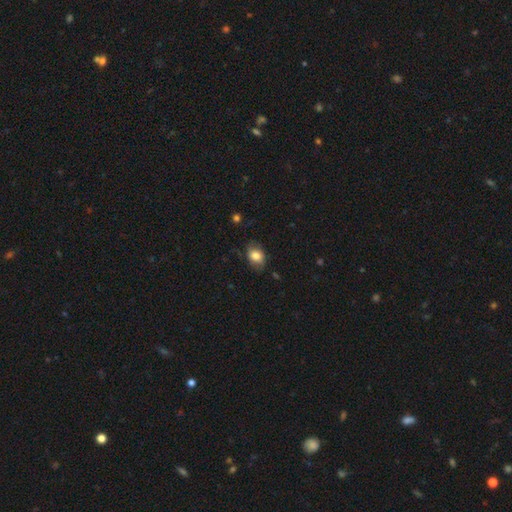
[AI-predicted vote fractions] Smooth or featured? smooth (80%)
How rounded? in between (73%)
Merging? none (74%)